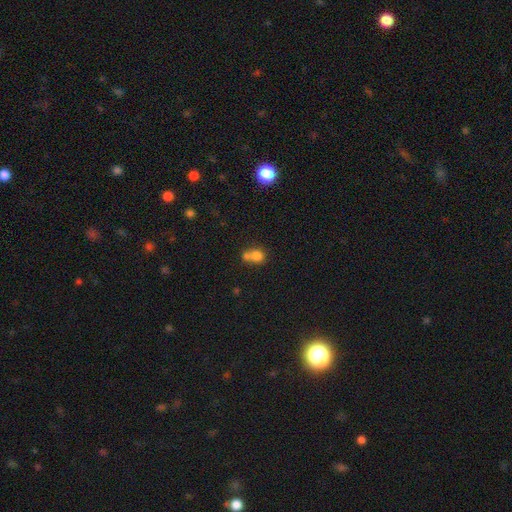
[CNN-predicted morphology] Smooth or featured? Predicted: smooth (p=0.76). How rounded? Predicted: round (p=0.65). Merging? Predicted: merger (p=0.52).